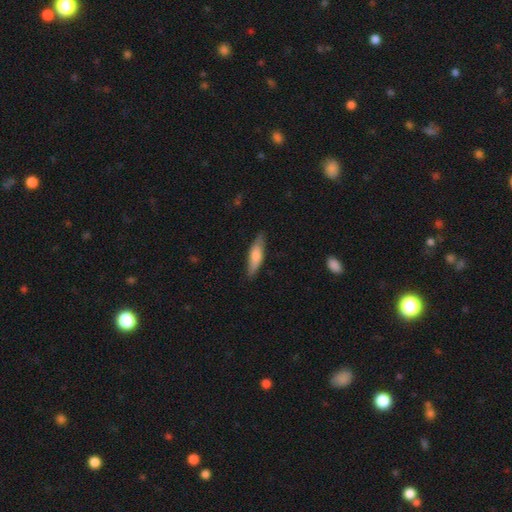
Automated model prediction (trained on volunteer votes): This appears to be a smooth galaxy with no disk features (65%) that is cigar-shaped (66%). Merging: none (83%).